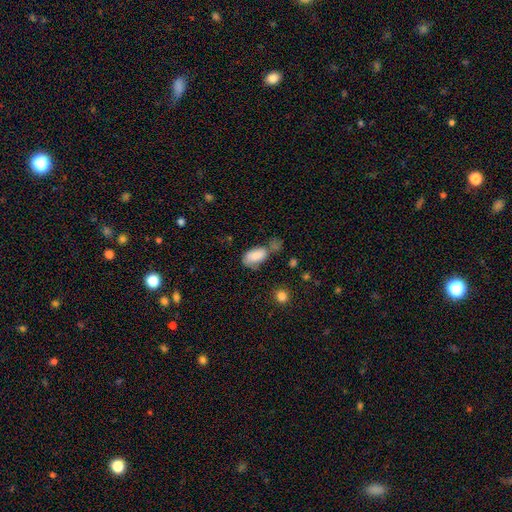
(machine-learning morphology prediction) Overall: smooth (81%). How rounded: in between (93%). Merging: none (37%; minor disturbance 26%).